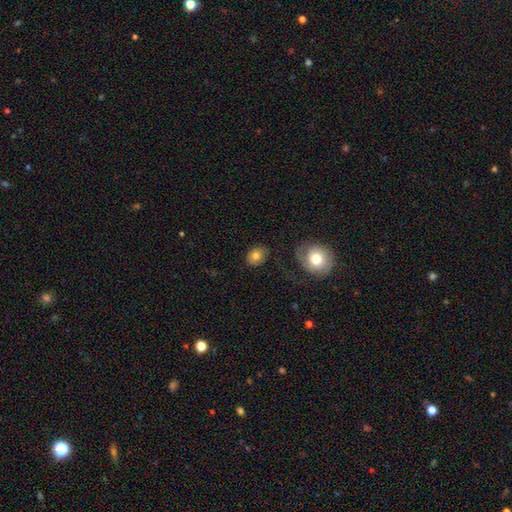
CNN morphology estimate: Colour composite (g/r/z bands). It shows a smooth galaxy with no disk features (79%) that is round (57%). Merging: none (79%).